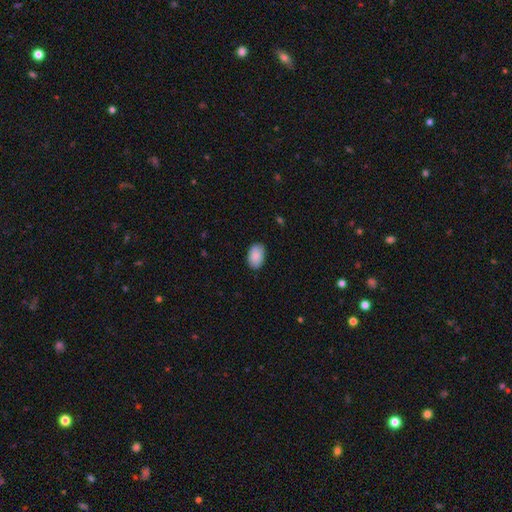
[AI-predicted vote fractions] Q: Smooth or featured?
A: smooth (85%); runner-up: featured or disk (8%)
Q: How rounded?
A: in between (88%); runner-up: round (11%)
Q: Merging?
A: none (78%); runner-up: minor disturbance (18%)